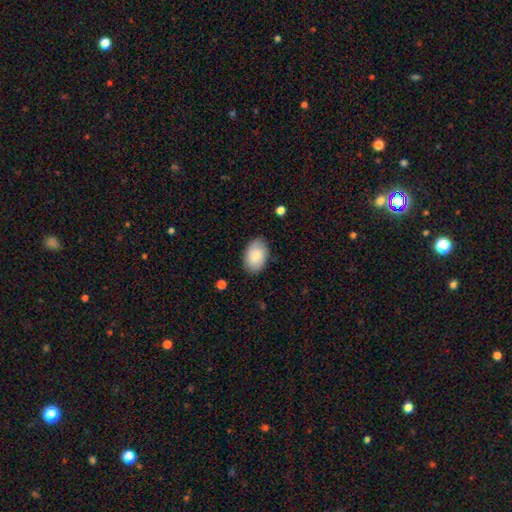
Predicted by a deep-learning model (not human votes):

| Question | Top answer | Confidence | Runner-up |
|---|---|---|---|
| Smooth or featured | smooth | 85% | featured or disk (9%) |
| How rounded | in between | 90% | round (9%) |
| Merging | none | 84% | minor disturbance (12%) |